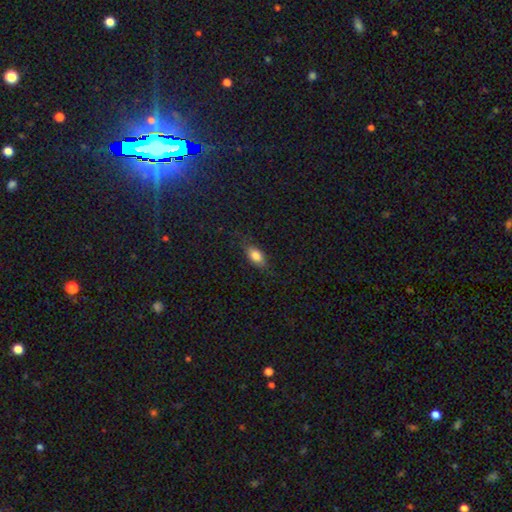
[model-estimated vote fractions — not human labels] Overall: smooth (80%). How rounded: in between (84%). Merging: none (77%).